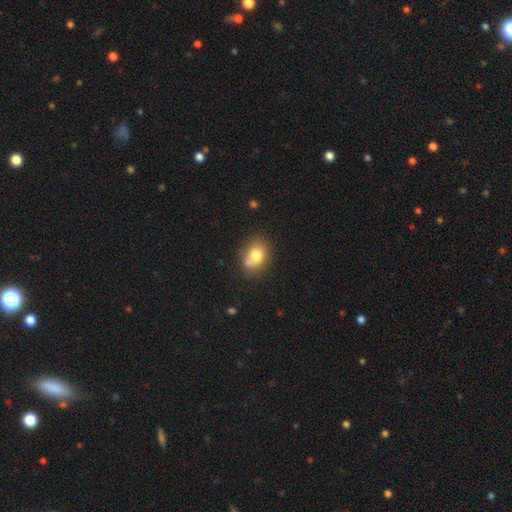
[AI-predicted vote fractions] Overall: smooth (75%). How rounded: in between (56%; round 43%). Merging: none (53%; merger 20%).